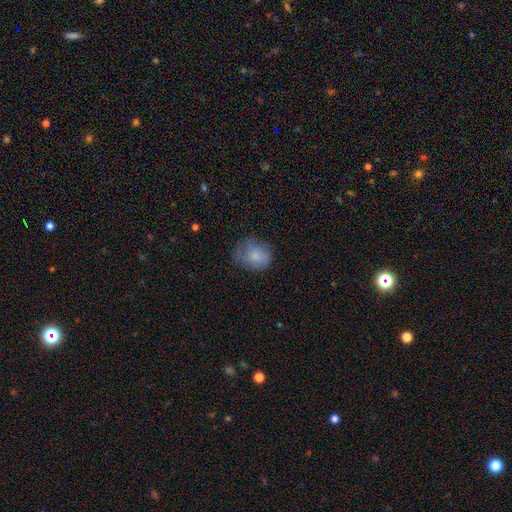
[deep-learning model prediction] A smooth galaxy with no disk features (72%) that is round (59%).

Vote fractions:
- Smooth or featured? smooth: 72% / featured or disk: 19% / star or artifact: 8%
- How rounded? round: 59% / in between: 40% / cigar-shaped: 1%
- Merging? none: 49% / minor disturbance: 31% / major disturbance: 19% / merger: 1%